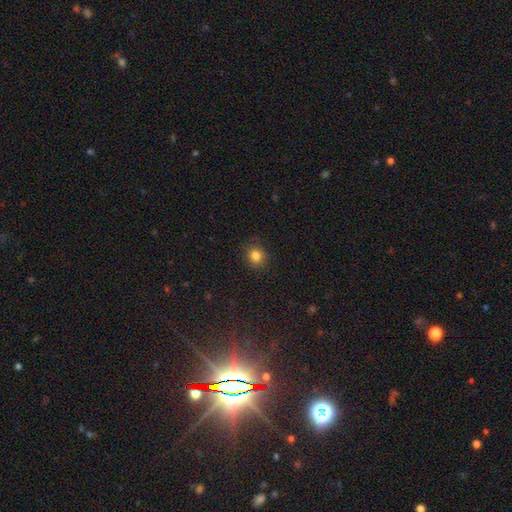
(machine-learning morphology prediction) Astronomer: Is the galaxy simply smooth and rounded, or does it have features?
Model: smooth — 82%.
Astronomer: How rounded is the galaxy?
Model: round — 82%.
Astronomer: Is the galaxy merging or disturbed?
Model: none — 86%.